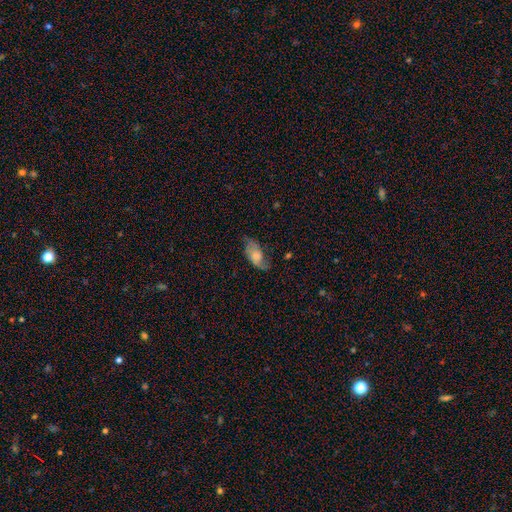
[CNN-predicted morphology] Q: Smooth or featured?
A: smooth (46%); tied with: featured or disk (46%)
Q: Merging?
A: none (63%); runner-up: minor disturbance (25%)